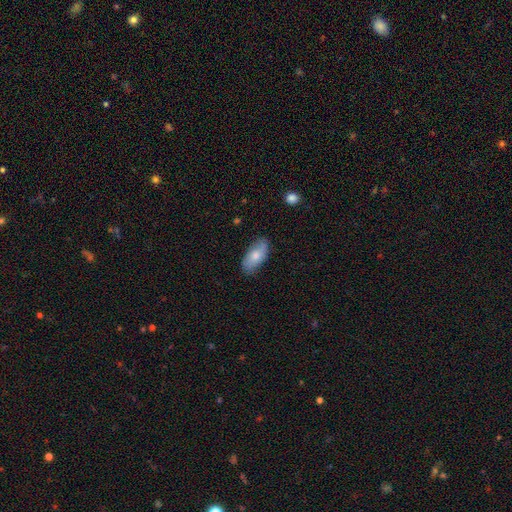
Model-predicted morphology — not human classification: Smooth or featured?
  - smooth: 71% *
  - featured or disk: 23%
  - star or artifact: 6%
How rounded?
  - in between: 90% *
  - cigar-shaped: 7%
  - round: 2%
Merging?
  - none: 78% *
  - minor disturbance: 18%
  - major disturbance: 3%
  - merger: 1%